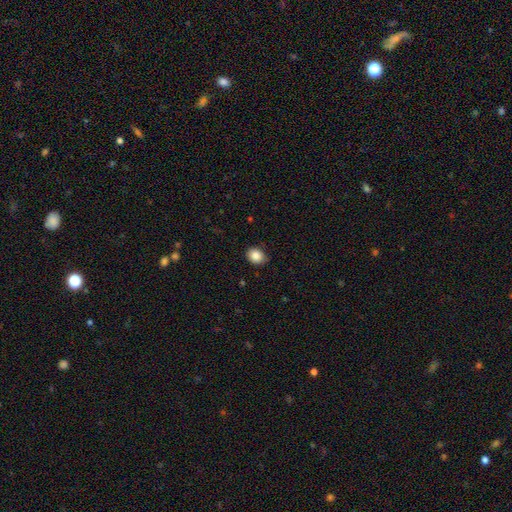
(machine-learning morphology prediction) smooth-or-featured: smooth: 86% | star or artifact: 9% | featured or disk: 5%
  how-rounded: round: 53% | in between: 46% | cigar-shaped: 1%
  merging: none: 83% | minor disturbance: 14% | major disturbance: 2% | merger: 1%